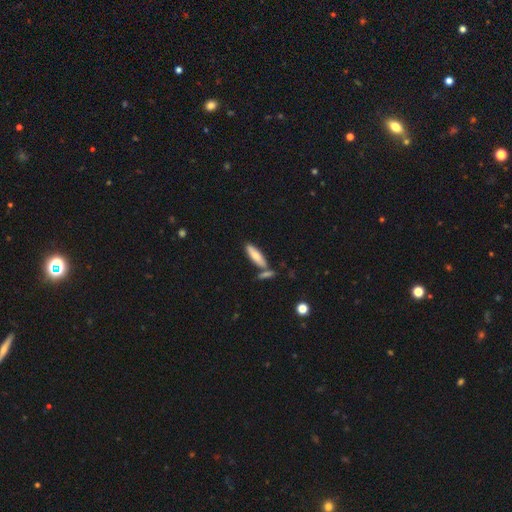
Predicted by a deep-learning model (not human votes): This is likely a smooth galaxy (71%). How rounded: possibly cigar-shaped (55%). Merging: likely none (65%).